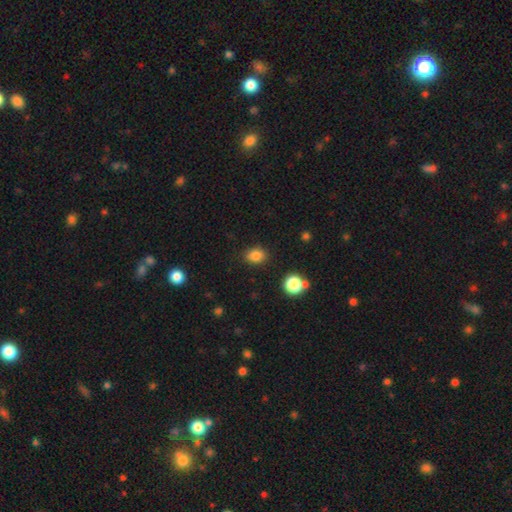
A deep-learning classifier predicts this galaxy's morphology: type=smooth (83%); roundness=in between (56%); merging=none (86%).